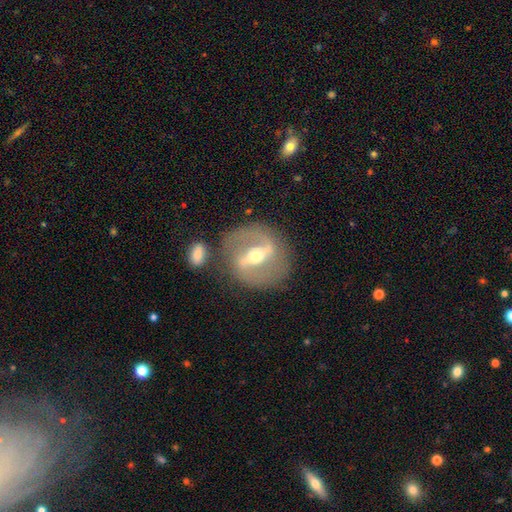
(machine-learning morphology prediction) Q: Smooth or featured?
A: featured or disk (81%); runner-up: smooth (13%)
Q: Edge-on disk?
A: no (91%); runner-up: yes (9%)
Q: Bar?
A: strong (68%); runner-up: weak (23%)
Q: Spiral arms?
A: yes (68%); runner-up: no (32%)
Q: Spiral winding?
A: medium (45%); runner-up: loose (28%)
Q: Spiral arm count?
A: 2 (85%); runner-up: can't tell (8%)
Q: Bulge size?
A: moderate (66%); runner-up: small (28%)
Q: Merging?
A: none (76%); runner-up: minor disturbance (12%)